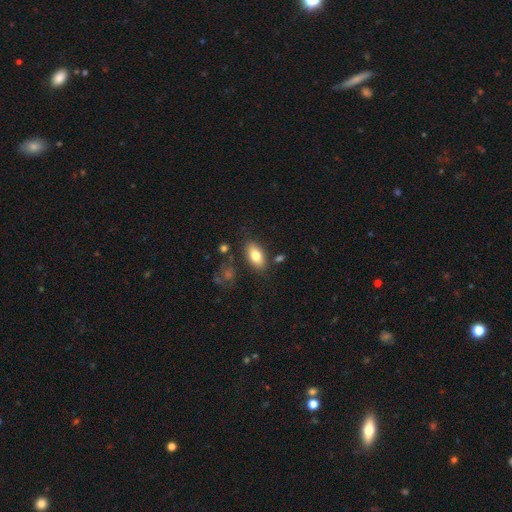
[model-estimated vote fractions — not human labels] Morphology: type=smooth (78%); roundness=in between (90%); merging=none (82%).